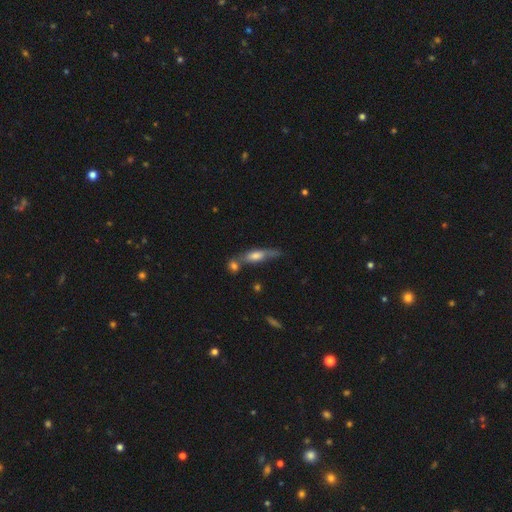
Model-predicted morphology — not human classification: Smooth or featured?
  - smooth: 47% *
  - featured or disk: 44%
  - star or artifact: 9%
Merging?
  - none: 45% *
  - merger: 25%
  - minor disturbance: 21%
  - major disturbance: 10%